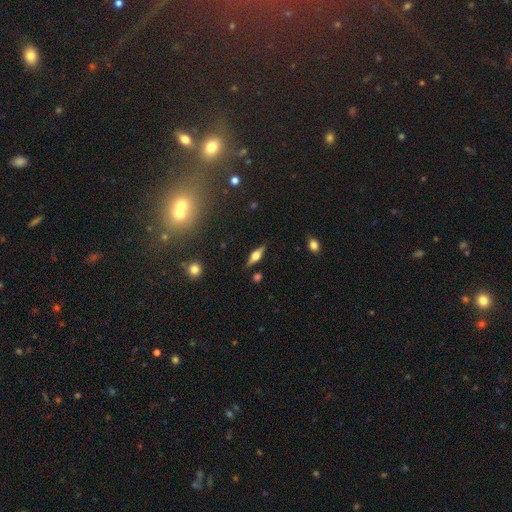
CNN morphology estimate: This appears to be a featured or disk galaxy (68%) viewed edge-on (96%) with a rounded central bulge (91%). Merging: none (88%).